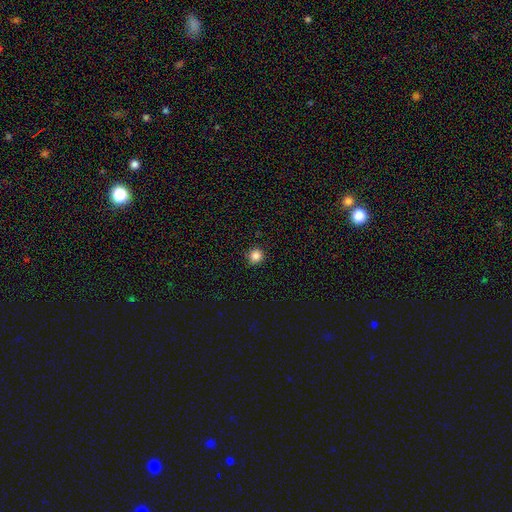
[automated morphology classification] smooth_or_featured: smooth (p=0.85) [alt: star or artifact p=0.12]
how_rounded: round (p=0.93) [alt: in between p=0.06]
merging: none (p=0.91) [alt: minor disturbance p=0.06]